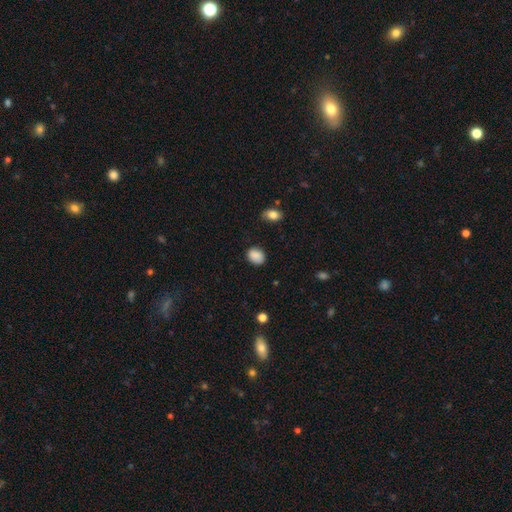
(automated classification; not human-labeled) Overall: smooth (87%). How rounded: in between (61%; round 38%). Merging: none (80%).